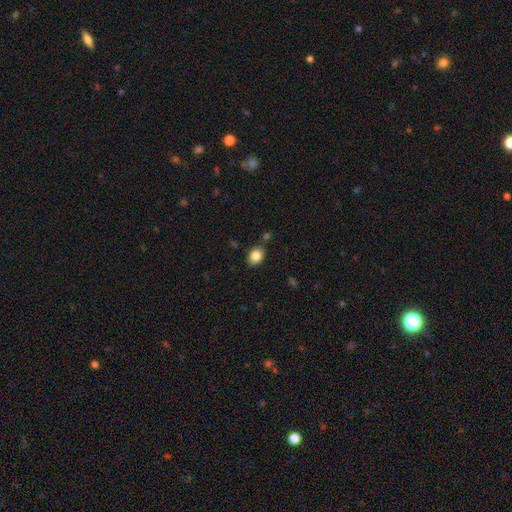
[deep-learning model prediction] A smooth galaxy with no disk features (84%) that is in between round and cigar-shaped (61%).

Vote fractions:
- Smooth or featured? smooth: 84% / star or artifact: 9% / featured or disk: 7%
- How rounded? in between: 61% / round: 38% / cigar-shaped: 1%
- Merging? none: 81% / minor disturbance: 12% / merger: 5% / major disturbance: 3%